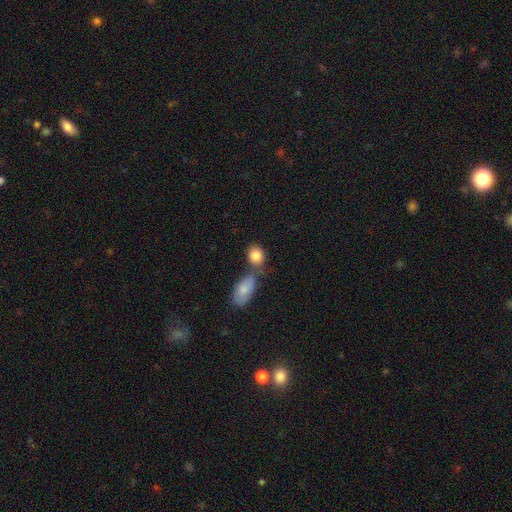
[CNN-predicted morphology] type=smooth (84%); roundness=in between (49%); merging=none (50%).